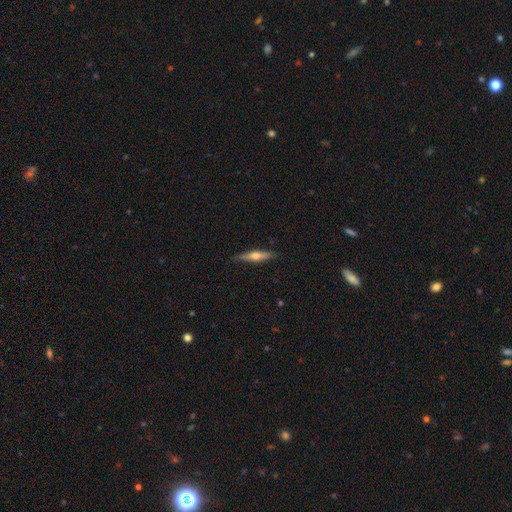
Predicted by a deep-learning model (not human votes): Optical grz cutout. It shows a featured or disk galaxy (55%) viewed edge-on (95%) with a rounded central bulge (91%). Merging: none (88%).